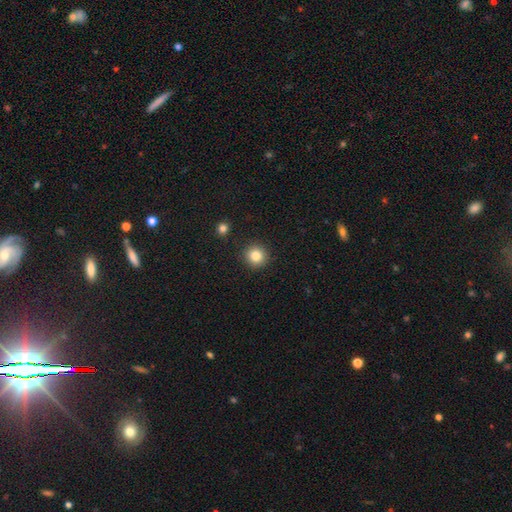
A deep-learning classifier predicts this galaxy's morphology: Q: Smooth or featured?
A: smooth (84%); runner-up: star or artifact (11%)
Q: How rounded?
A: round (94%); runner-up: in between (5%)
Q: Merging?
A: none (91%); runner-up: minor disturbance (6%)